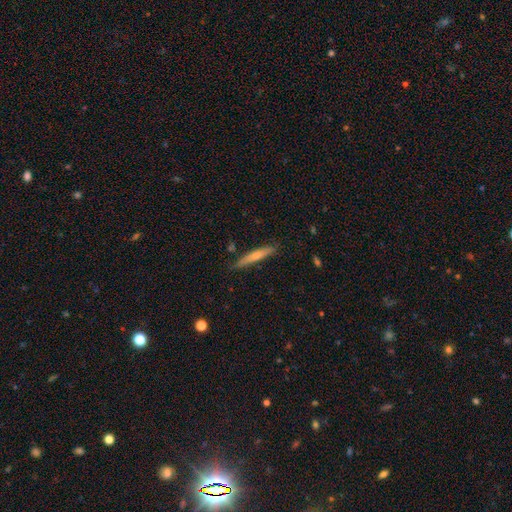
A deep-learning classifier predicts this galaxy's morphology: smooth-or-featured: smooth: 63% | featured or disk: 31% | star or artifact: 6%
  how-rounded: cigar-shaped: 94% | in between: 5% | round: 1%
  merging: none: 83% | minor disturbance: 13% | major disturbance: 2% | merger: 2%